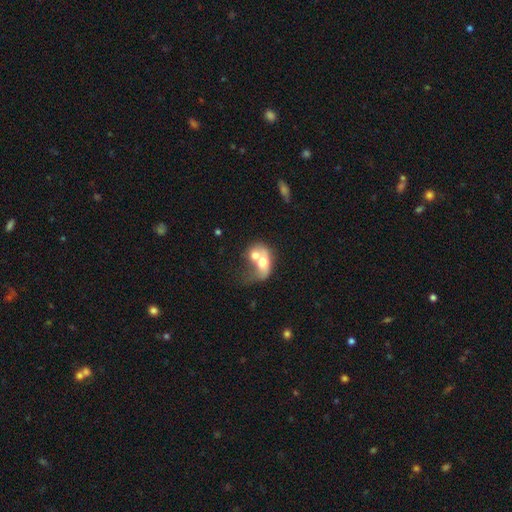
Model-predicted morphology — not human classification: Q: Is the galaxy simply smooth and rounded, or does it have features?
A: smooth — 55%.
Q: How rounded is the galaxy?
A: in between — 65%.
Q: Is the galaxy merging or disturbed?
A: merger — 73%.